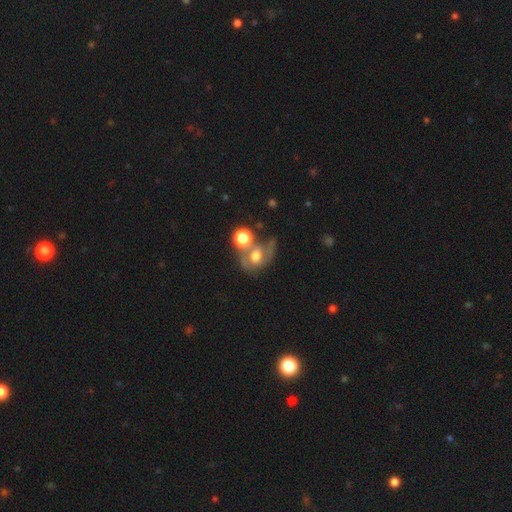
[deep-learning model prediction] smooth_or_featured: featured or disk (p=0.52) [alt: smooth p=0.37]
disk_edge_on: no (p=0.96) [alt: yes p=0.04]
merging: merger (p=0.32) [alt: none p=0.31]